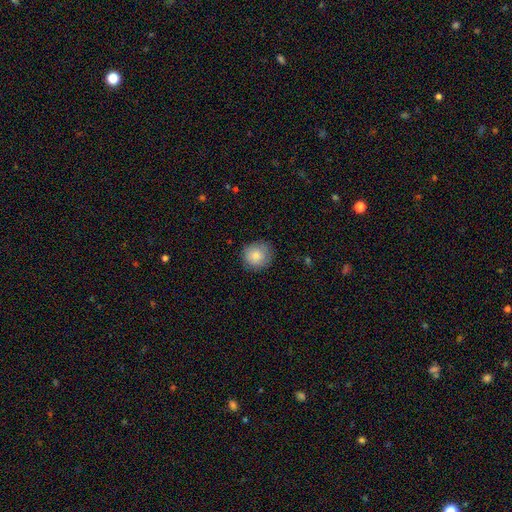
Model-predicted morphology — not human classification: Smooth or featured: smooth — 81% (featured or disk — 11%)
How rounded: round — 90% (in between — 9%)
Merging: none — 82% (minor disturbance — 14%)